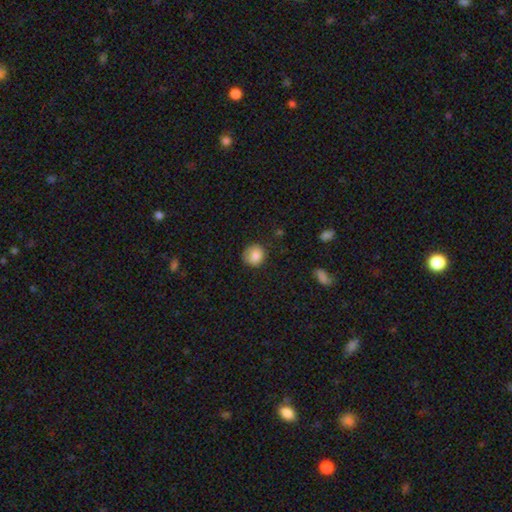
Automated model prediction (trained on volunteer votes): A smooth galaxy with no disk features (84%) that is round (83%).

Vote fractions:
- Smooth or featured? smooth: 84% / star or artifact: 8% / featured or disk: 8%
- How rounded? round: 83% / in between: 16% / cigar-shaped: 1%
- Merging? none: 71% / minor disturbance: 22% / major disturbance: 6% / merger: 2%